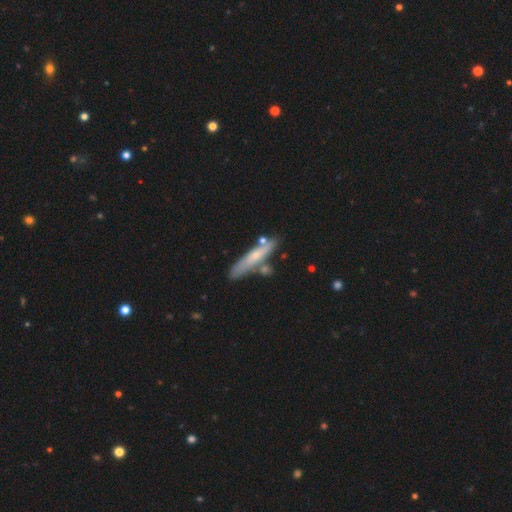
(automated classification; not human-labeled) Morphology: type=smooth (52%); roundness=cigar-shaped (89%); merging=none (72%).